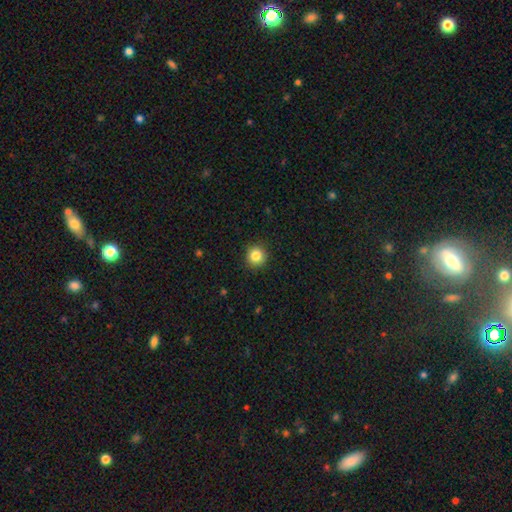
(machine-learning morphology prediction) Smooth or featured?
  - smooth: 85% *
  - star or artifact: 10%
  - featured or disk: 5%
How rounded?
  - round: 93% *
  - in between: 6%
  - cigar-shaped: 1%
Merging?
  - none: 92% *
  - minor disturbance: 6%
  - major disturbance: 2%
  - merger: 1%